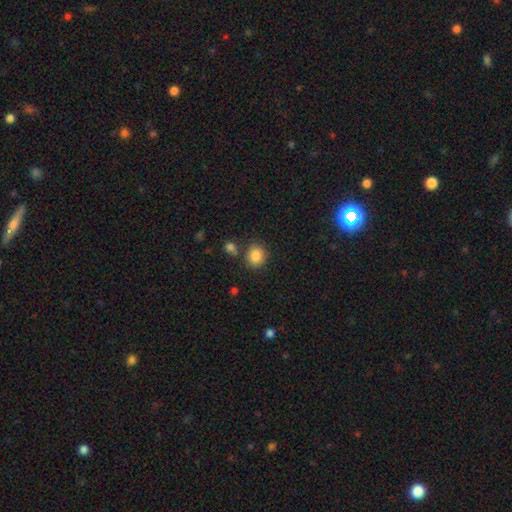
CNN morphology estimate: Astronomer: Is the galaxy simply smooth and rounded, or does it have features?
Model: smooth — 85%.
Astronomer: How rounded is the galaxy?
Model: round — 74%.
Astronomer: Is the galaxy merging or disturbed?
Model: none — 80%.